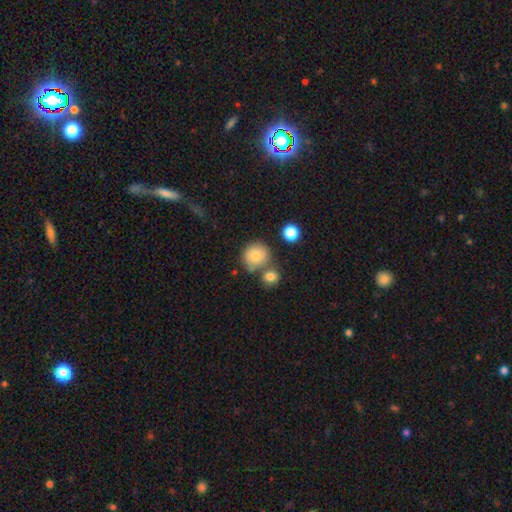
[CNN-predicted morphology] smooth_or_featured: smooth (p=0.79) [alt: featured or disk p=0.11]
how_rounded: round (p=0.89) [alt: in between p=0.10]
merging: none (p=0.61) [alt: merger p=0.25]